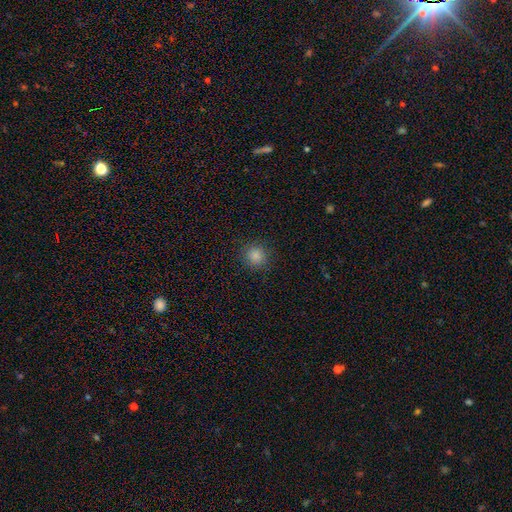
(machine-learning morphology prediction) A smooth galaxy with no disk features (85%) that is round (92%). Merging: none (89%).